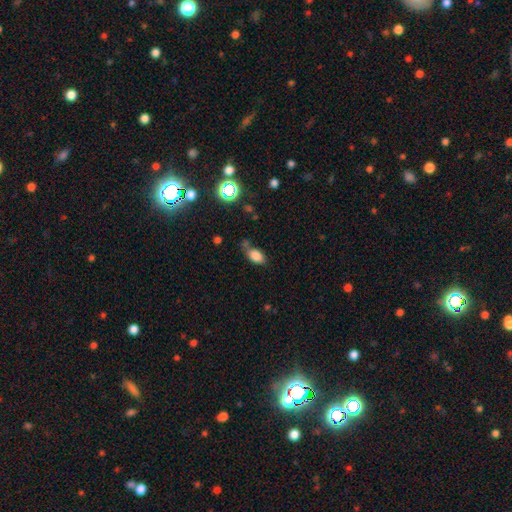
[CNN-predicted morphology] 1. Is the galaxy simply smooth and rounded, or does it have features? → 81% smooth, 12% star or artifact, 8% featured or disk.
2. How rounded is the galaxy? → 88% in between, 8% round, 3% cigar-shaped.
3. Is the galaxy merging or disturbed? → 51% none, 27% minor disturbance, 12% merger, 10% major disturbance.